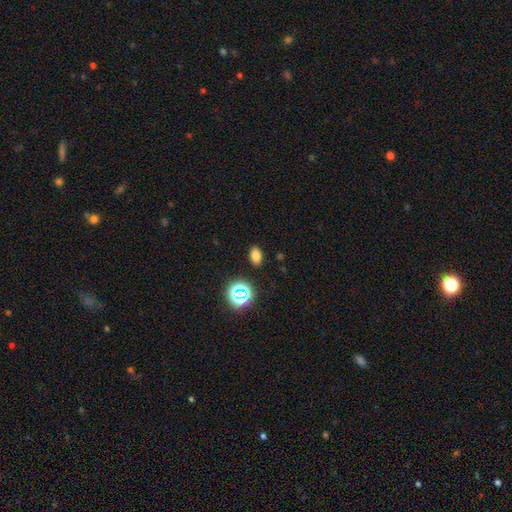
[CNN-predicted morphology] This appears to be a smooth galaxy with no disk features (76%) that is in between round and cigar-shaped (79%). Merging: none (88%).